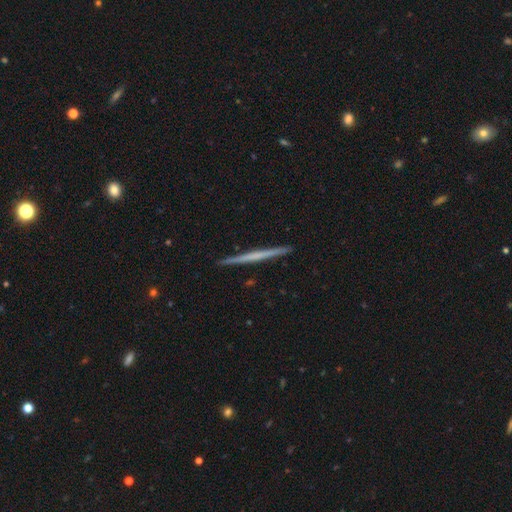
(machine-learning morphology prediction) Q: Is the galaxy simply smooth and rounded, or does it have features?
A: featured or disk — 59%.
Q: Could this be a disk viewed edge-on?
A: yes — 98%.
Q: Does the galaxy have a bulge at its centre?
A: none — 83%.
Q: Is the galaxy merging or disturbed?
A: none — 93%.